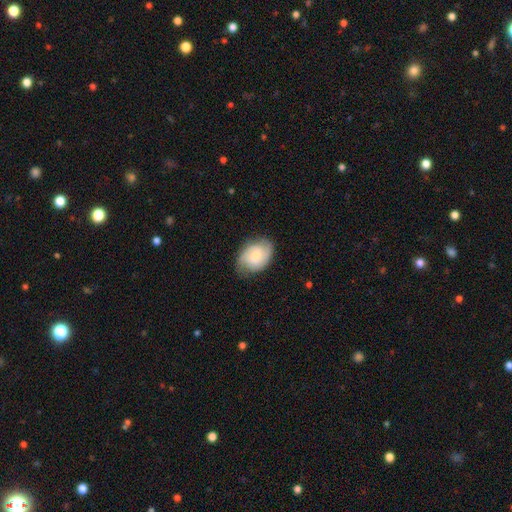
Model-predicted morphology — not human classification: Smooth or featured: featured or disk — 58% (smooth — 36%)
Edge-on disk: no — 96% (yes — 4%)
Bar: no — 62% (weak — 33%)
Spiral arms: yes — 89% (no — 11%)
Bulge size: small — 47% (moderate — 46%)
Merging: none — 74% (minor disturbance — 20%)